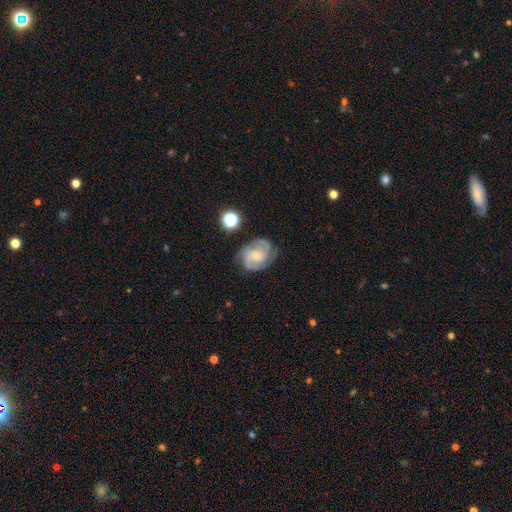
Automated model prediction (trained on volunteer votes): Smooth or featured: featured or disk — 79% (smooth — 14%)
Edge-on disk: no — 98% (yes — 2%)
Bar: no — 65% (weak — 31%)
Spiral arms: yes — 96% (no — 4%)
Spiral winding: medium — 46% (tight — 41%)
Spiral arm count: 3 — 37% (2 — 33%)
Bulge size: small — 52% (moderate — 32%)
Merging: none — 71% (minor disturbance — 19%)